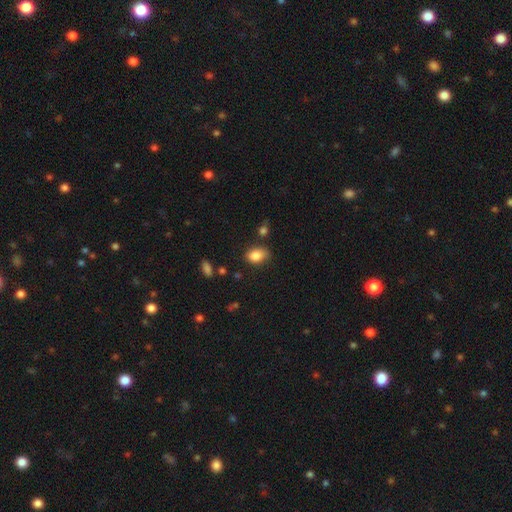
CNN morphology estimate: Overall: smooth (85%). How rounded: in between (80%). Merging: none (67%).